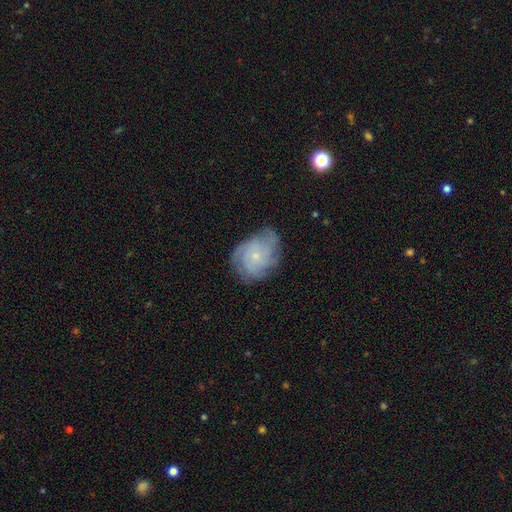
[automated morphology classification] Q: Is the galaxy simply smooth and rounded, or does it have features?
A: featured or disk — 71%.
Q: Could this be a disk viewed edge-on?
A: no — 97%.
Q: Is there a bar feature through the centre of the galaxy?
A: no — 81%.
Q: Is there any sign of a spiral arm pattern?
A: yes — 92%.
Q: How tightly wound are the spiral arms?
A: tight — 54%.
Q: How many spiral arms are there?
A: can't tell — 31%.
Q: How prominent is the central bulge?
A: small — 79%.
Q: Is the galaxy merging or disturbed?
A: none — 66%.